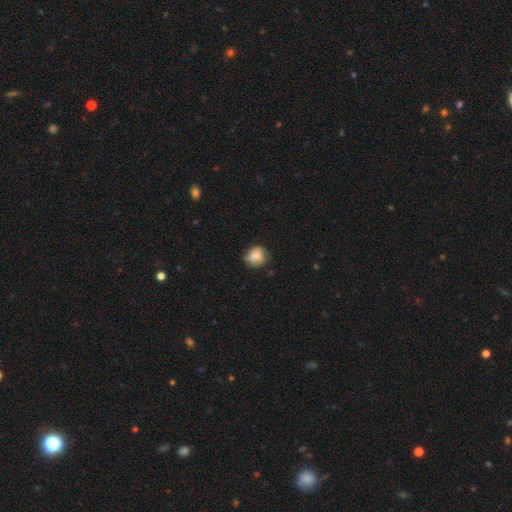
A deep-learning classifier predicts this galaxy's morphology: Smooth or featured: smooth — 77% (featured or disk — 15%)
How rounded: round — 74% (in between — 25%)
Merging: none — 71% (minor disturbance — 23%)